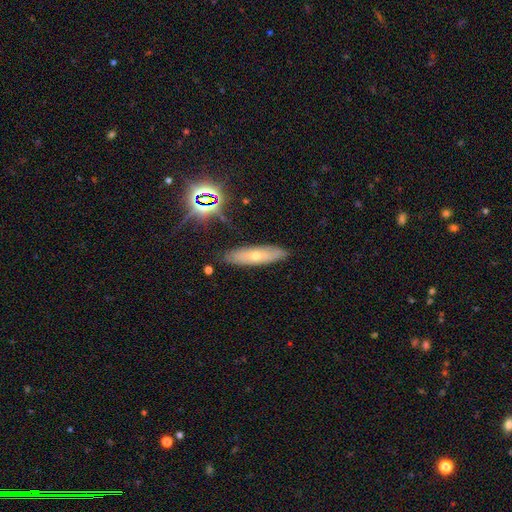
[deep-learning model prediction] Q: Smooth or featured?
A: smooth (45%); runner-up: featured or disk (43%)
Q: Merging?
A: none (85%); runner-up: minor disturbance (11%)